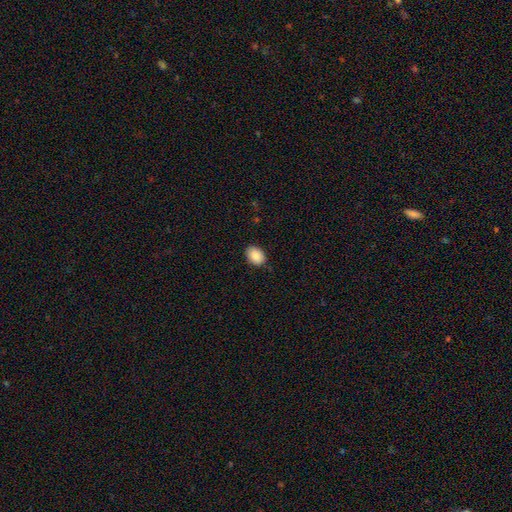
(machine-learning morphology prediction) This is clearly a smooth galaxy (90%). How rounded: likely in between (77%). Merging: clearly none (86%).